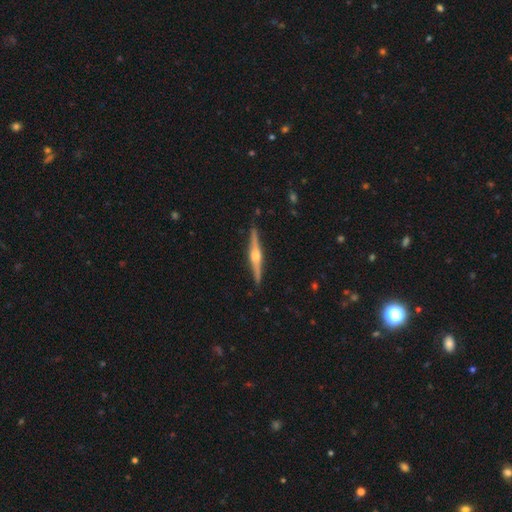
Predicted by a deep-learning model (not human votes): Smooth or featured?
  - featured or disk: 83% *
  - smooth: 12%
  - star or artifact: 5%
Edge-on disk?
  - yes: 98% *
  - no: 2%
Edge-on bulge?
  - rounded: 92% *
  - boxy: 5%
  - none: 3%
Merging?
  - none: 92% *
  - minor disturbance: 6%
  - major disturbance: 1%
  - merger: 1%